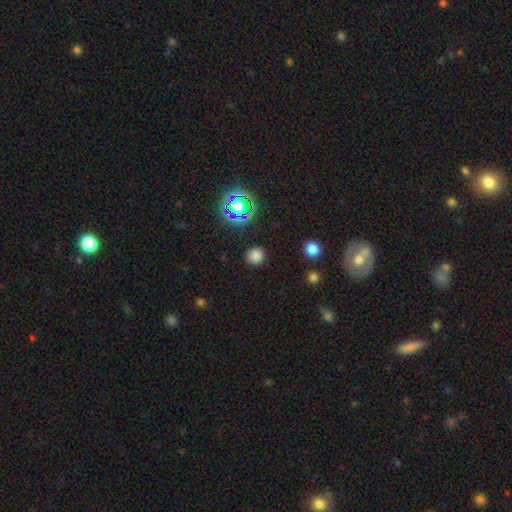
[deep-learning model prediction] Q: Smooth or featured?
A: smooth (77%); runner-up: star or artifact (18%)
Q: How rounded?
A: round (90%); runner-up: in between (9%)
Q: Merging?
A: none (89%); runner-up: minor disturbance (7%)